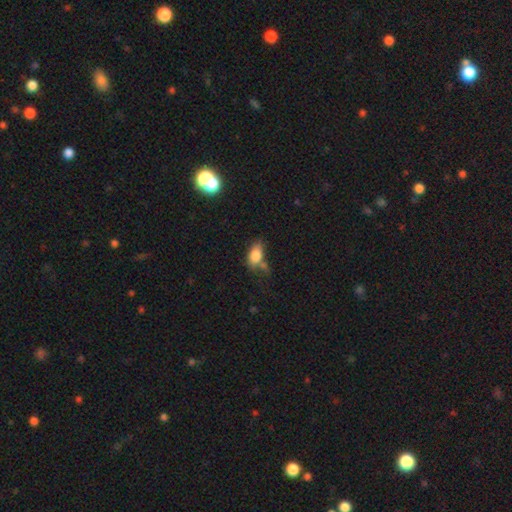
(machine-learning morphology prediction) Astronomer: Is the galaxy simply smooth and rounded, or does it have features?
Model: smooth — 80%.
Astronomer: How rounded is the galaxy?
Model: in between — 87%.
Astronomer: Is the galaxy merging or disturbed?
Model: none — 41% (runner-up: minor disturbance, 26%).